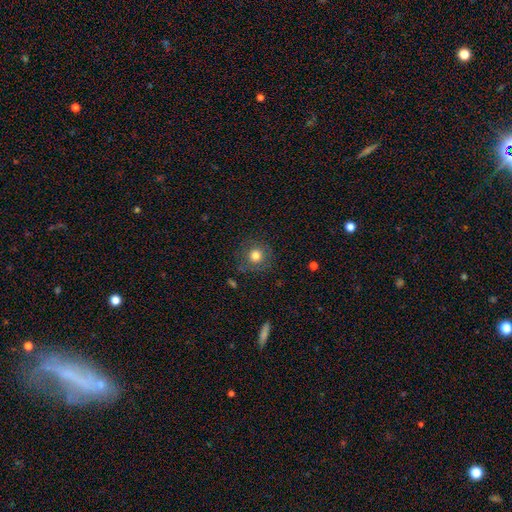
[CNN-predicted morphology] Overall: smooth (76%). How rounded: round (93%). Merging: none (82%).